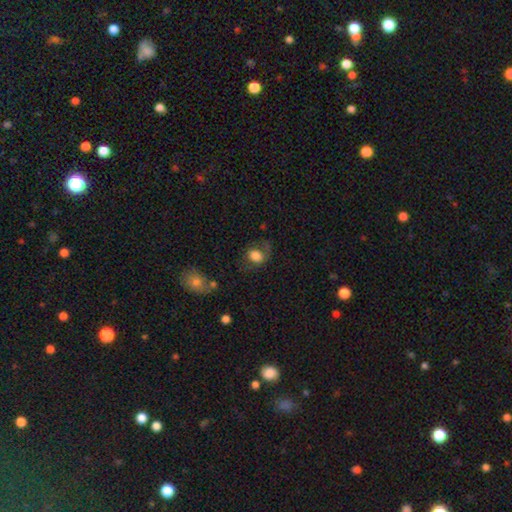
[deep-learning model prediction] Smooth or featured: smooth — 71% (featured or disk — 20%)
How rounded: round — 50% (in between — 48%)
Merging: none — 49% (minor disturbance — 24%)